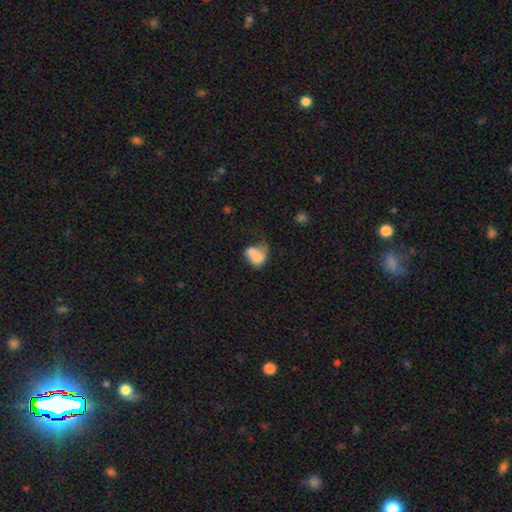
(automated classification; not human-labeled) smooth_or_featured: smooth (p=0.69) [alt: featured or disk p=0.22]
how_rounded: in between (p=0.53) [alt: round p=0.46]
merging: merger (p=0.61) [alt: none p=0.17]